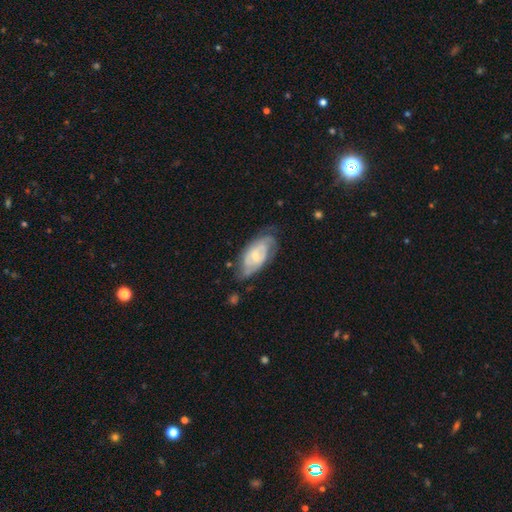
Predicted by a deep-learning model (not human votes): The model was most divided on "bulge size": small: 51%, moderate: 40%, none: 5%, large: 3%, dominant: 1%. Remaining: edge-on disk — no (94%); spiral arms — yes (88%); smooth or featured — featured or disk (74%); merging — none (60%); bar — no (53%); spiral winding — tight (51%); spiral arm count — 2 (49%).